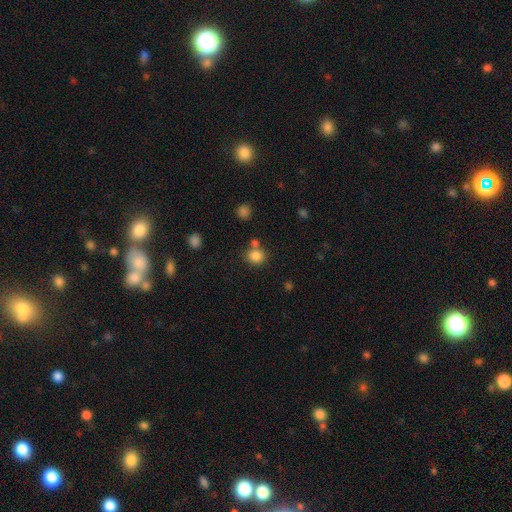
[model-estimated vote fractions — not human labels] Smooth or featured: smooth — 83% (star or artifact — 12%)
How rounded: round — 82% (in between — 17%)
Merging: none — 67% (merger — 20%)